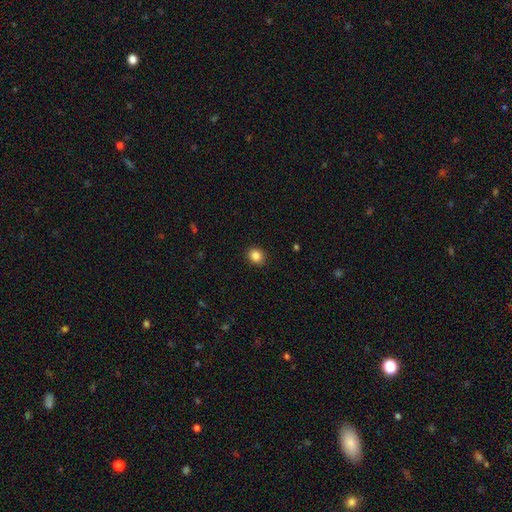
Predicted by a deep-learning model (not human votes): smooth-or-featured: smooth: 86% | star or artifact: 10% | featured or disk: 4%
  how-rounded: round: 73% | in between: 26% | cigar-shaped: 1%
  merging: none: 90% | minor disturbance: 7% | major disturbance: 2% | merger: 1%